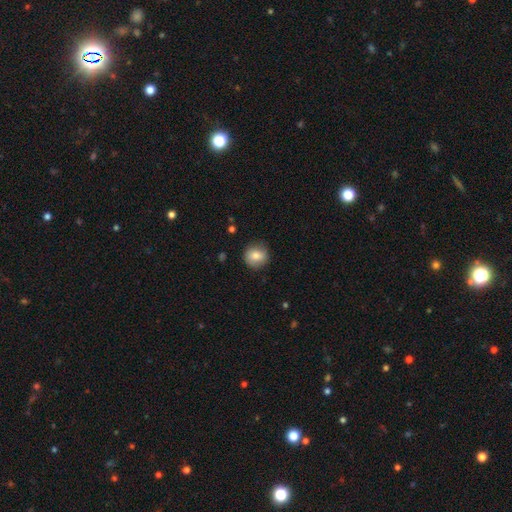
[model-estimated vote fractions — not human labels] Smooth or featured?
  - smooth: 78% *
  - featured or disk: 13%
  - star or artifact: 9%
How rounded?
  - round: 88% *
  - in between: 11%
  - cigar-shaped: 1%
Merging?
  - none: 85% *
  - minor disturbance: 11%
  - major disturbance: 3%
  - merger: 1%